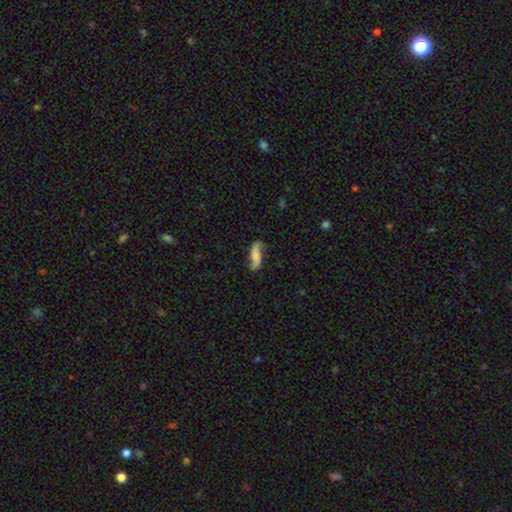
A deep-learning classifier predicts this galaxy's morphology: The model was most divided on "smooth or featured": featured or disk: 56%, smooth: 36%, star or artifact: 7%. More confident: edge-on disk — no (85%); merging — none (70%).